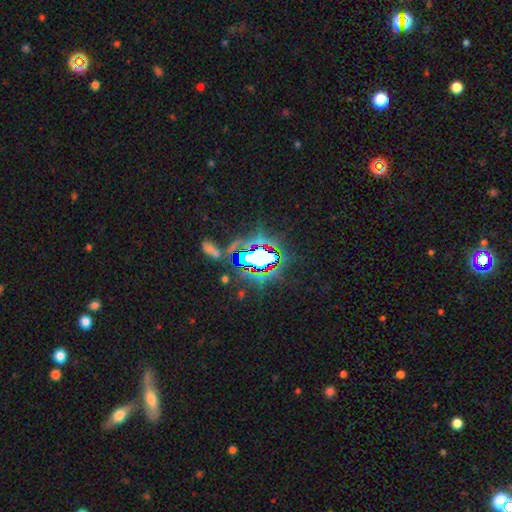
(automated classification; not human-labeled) A star or artifact, not a galaxy (72%).

Vote fractions:
- Smooth or featured? star or artifact: 72% / featured or disk: 15% / smooth: 14%